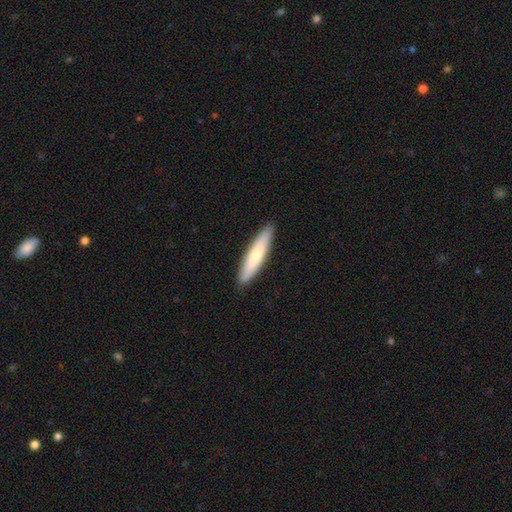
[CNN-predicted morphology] The model was most divided on "smooth or featured": smooth: 69%, featured or disk: 26%, star or artifact: 5%. More confident: merging — none (91%); how rounded — cigar-shaped (83%).